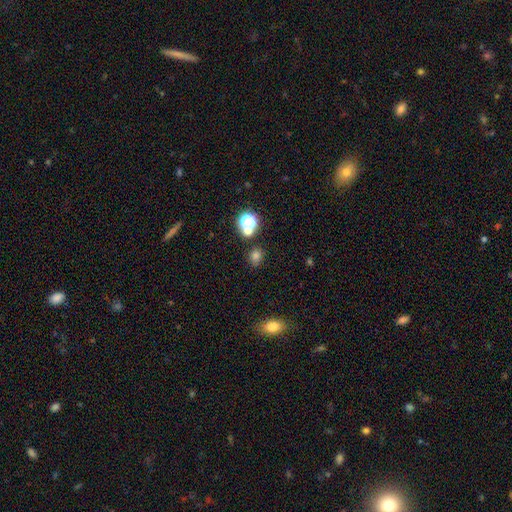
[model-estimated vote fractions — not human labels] smooth 72%, star or artifact 22%, featured or disk 6%. Down the decision tree: how rounded — round (59%); merging — none (73%).